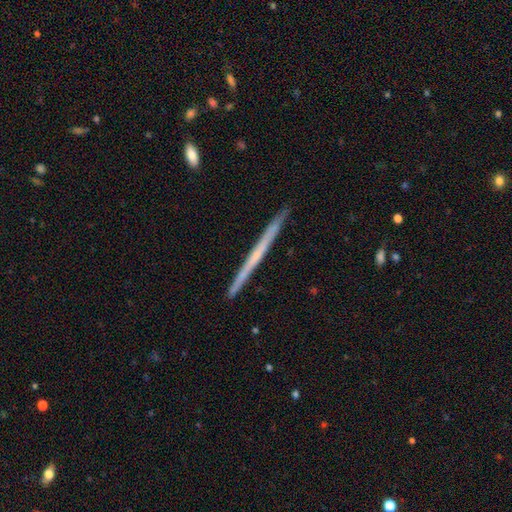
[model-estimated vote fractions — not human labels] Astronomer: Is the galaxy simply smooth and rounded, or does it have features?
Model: featured or disk — 60% (runner-up: smooth, 35%).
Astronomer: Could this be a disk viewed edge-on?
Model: yes — 98%.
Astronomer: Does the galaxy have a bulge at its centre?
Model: none — 84%.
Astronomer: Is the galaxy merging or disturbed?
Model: none — 92%.